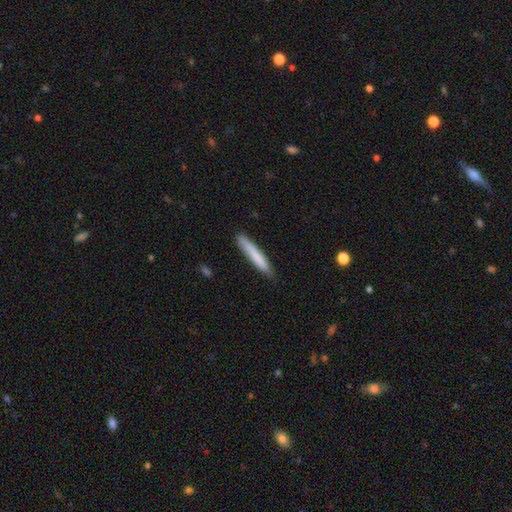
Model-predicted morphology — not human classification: A smooth galaxy with no disk features (77%) that is cigar-shaped (94%).

Vote fractions:
- Smooth or featured? smooth: 77% / featured or disk: 17% / star or artifact: 6%
- How rounded? cigar-shaped: 94% / in between: 4% / round: 1%
- Merging? none: 82% / minor disturbance: 14% / major disturbance: 2% / merger: 1%